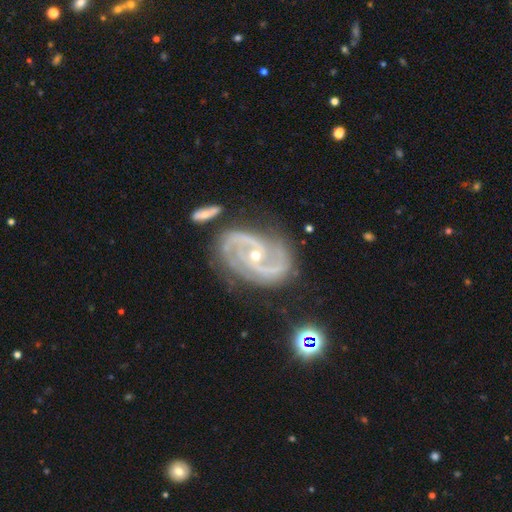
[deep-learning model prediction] This is clearly a featured or disk galaxy (92%). It is clearly not viewed edge-on (97%). Bar: possibly no (48%). Spiral arm pattern: clearly yes (98%). Spiral arm count: clearly 2 (82%). Spiral winding: possibly medium (53%). Central bulge: likely small (63%). Merging: likely none (66%).